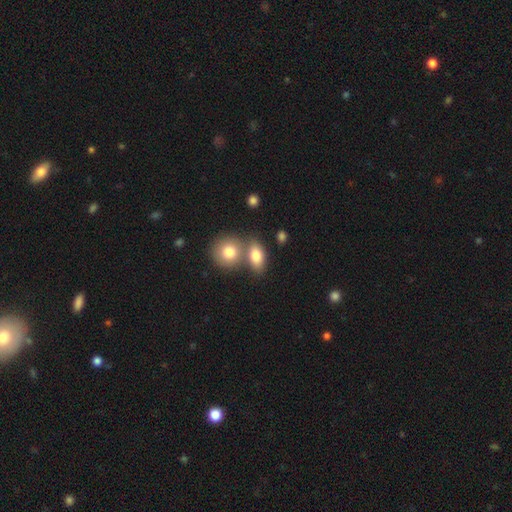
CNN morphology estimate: Smooth or featured: smooth — 81% (featured or disk — 12%)
How rounded: in between — 80% (round — 17%)
Merging: none — 48% (merger — 37%)